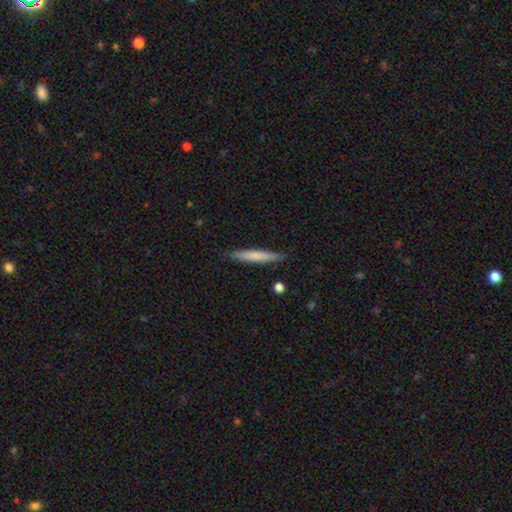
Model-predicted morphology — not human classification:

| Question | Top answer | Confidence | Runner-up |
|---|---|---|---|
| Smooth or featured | smooth | 69% | featured or disk (25%) |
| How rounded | cigar-shaped | 94% | in between (5%) |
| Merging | none | 86% | minor disturbance (10%) |